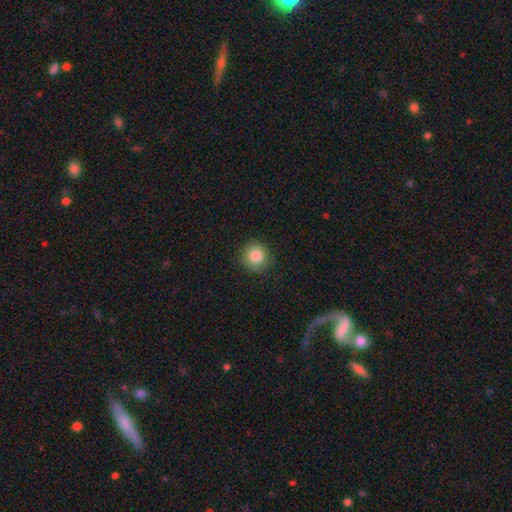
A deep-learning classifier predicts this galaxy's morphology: smooth_or_featured: smooth (p=0.84) [alt: star or artifact p=0.09]
how_rounded: round (p=0.92) [alt: in between p=0.07]
merging: none (p=0.89) [alt: minor disturbance p=0.08]